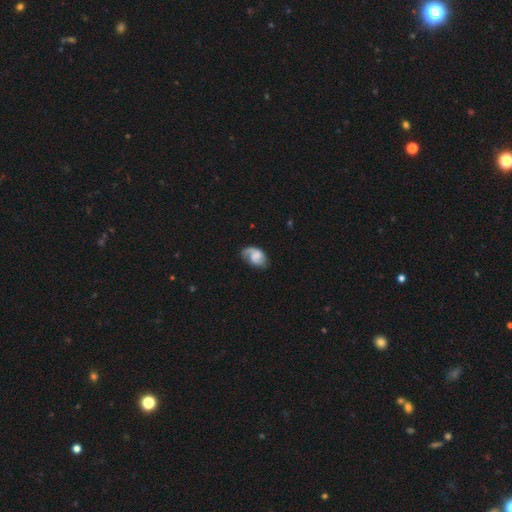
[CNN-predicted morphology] Smooth or featured? Predicted: featured or disk (p=0.57). Edge-on disk? Predicted: no (p=0.97). Bar? Predicted: no (p=0.51). Spiral arms? Predicted: yes (p=0.89). Bulge size? Predicted: none (p=0.40). Merging? Predicted: none (p=0.57).